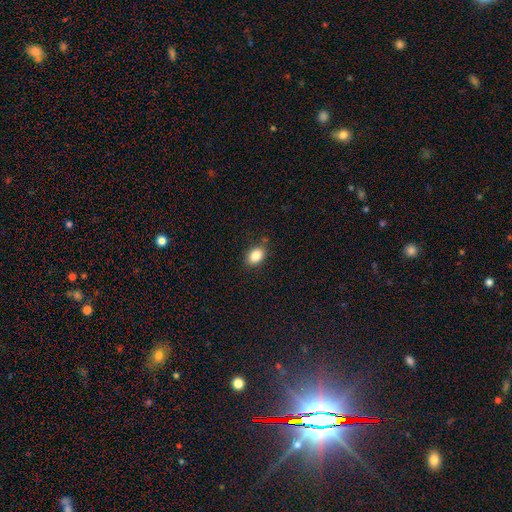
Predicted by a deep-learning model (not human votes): This is clearly a smooth galaxy (85%). How rounded: likely in between (76%). Merging: clearly none (82%).